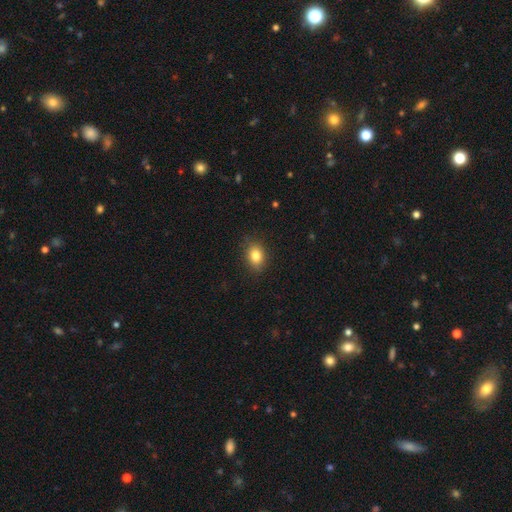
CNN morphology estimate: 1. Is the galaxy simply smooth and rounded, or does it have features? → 83% smooth, 10% star or artifact, 7% featured or disk.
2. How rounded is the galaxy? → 69% in between, 30% round, 1% cigar-shaped.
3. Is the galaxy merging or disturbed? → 86% none, 11% minor disturbance, 2% major disturbance, 1% merger.